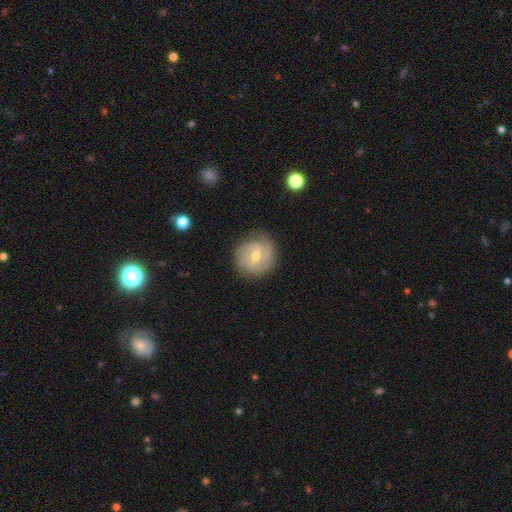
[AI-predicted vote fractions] Smooth or featured?
  - featured or disk: 75% *
  - smooth: 19%
  - star or artifact: 7%
Edge-on disk?
  - no: 97% *
  - yes: 3%
Bar?
  - weak: 50% *
  - no: 38%
  - strong: 11%
Spiral arms?
  - yes: 92% *
  - no: 8%
Spiral winding?
  - tight: 59% *
  - medium: 31%
  - loose: 10%
Spiral arm count?
  - 2: 48% *
  - can't tell: 24%
  - 3: 15%
  - 1: 7%
  - 4: 3%
  - more than 4: 3%
Bulge size?
  - moderate: 55% *
  - small: 42%
  - large: 1%
  - none: 1%
  - dominant: 1%
Merging?
  - none: 78% *
  - minor disturbance: 16%
  - major disturbance: 5%
  - merger: 1%